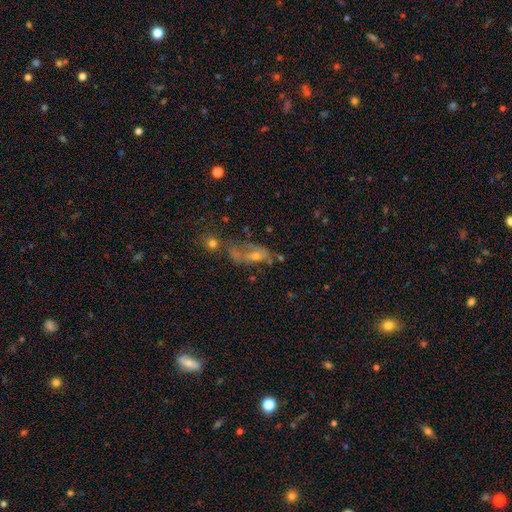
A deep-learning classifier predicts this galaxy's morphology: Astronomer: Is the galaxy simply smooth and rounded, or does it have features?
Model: featured or disk — 45% (runner-up: smooth, 36%).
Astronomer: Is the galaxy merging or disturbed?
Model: none — 30% (runner-up: major disturbance, 26%).